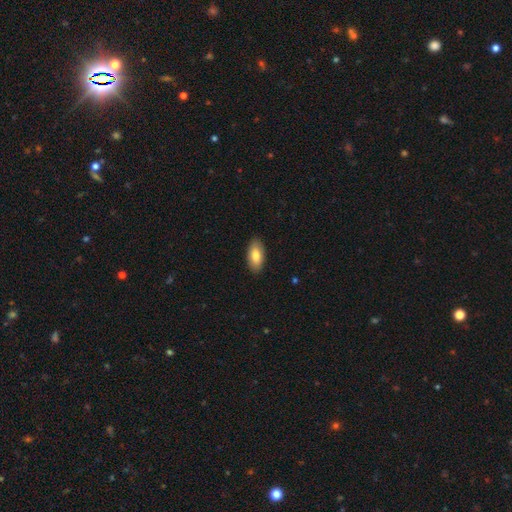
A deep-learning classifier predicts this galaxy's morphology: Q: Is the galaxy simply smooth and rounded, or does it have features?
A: smooth — 80%.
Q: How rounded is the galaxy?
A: in between — 90%.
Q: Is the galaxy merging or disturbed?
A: none — 89%.